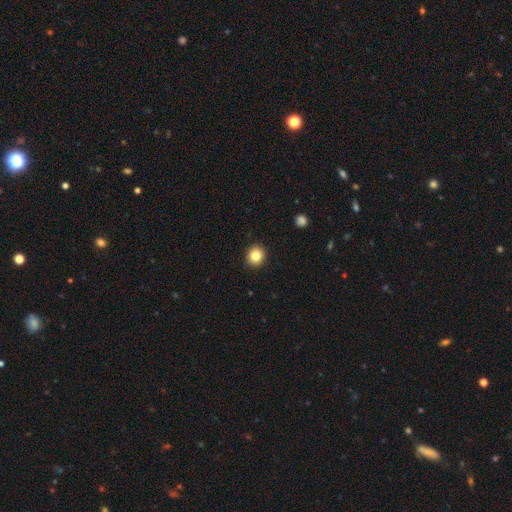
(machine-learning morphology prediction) Q: Smooth or featured?
A: smooth (84%); runner-up: star or artifact (10%)
Q: How rounded?
A: round (89%); runner-up: in between (10%)
Q: Merging?
A: none (92%); runner-up: minor disturbance (5%)